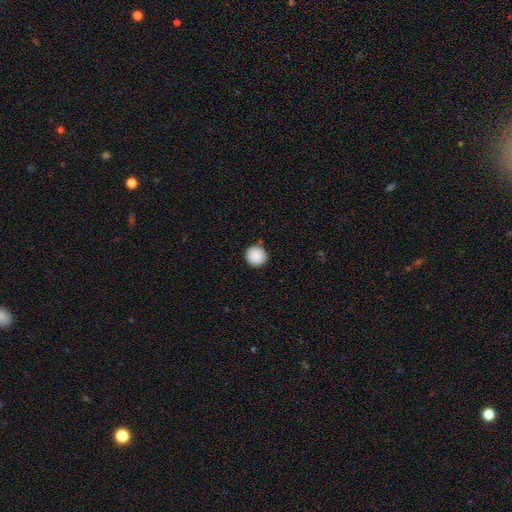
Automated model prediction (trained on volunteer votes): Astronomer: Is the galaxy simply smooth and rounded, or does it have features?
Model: smooth — 90%.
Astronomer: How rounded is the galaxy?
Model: round — 93%.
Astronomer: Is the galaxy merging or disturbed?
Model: none — 89%.